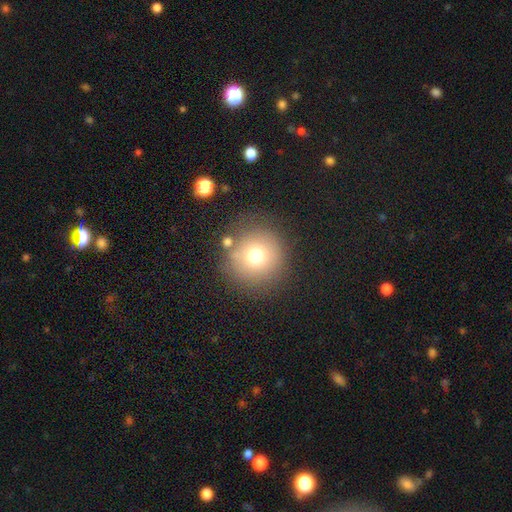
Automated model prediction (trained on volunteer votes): Smooth or featured?
  - smooth: 72% *
  - star or artifact: 14%
  - featured or disk: 14%
How rounded?
  - round: 94% *
  - in between: 5%
  - cigar-shaped: 1%
Merging?
  - none: 79% *
  - minor disturbance: 11%
  - merger: 5%
  - major disturbance: 5%